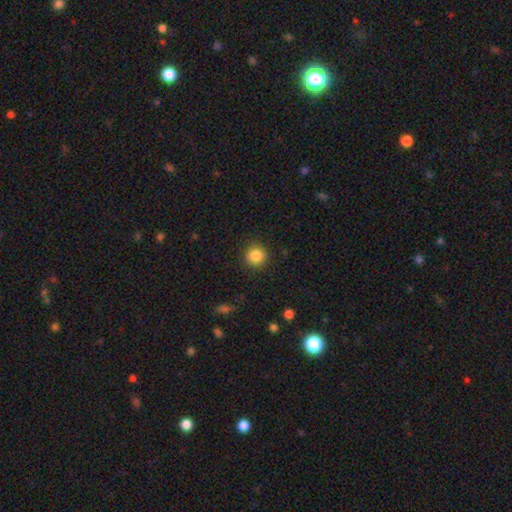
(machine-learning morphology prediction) type=smooth (86%); roundness=round (93%); merging=none (90%).